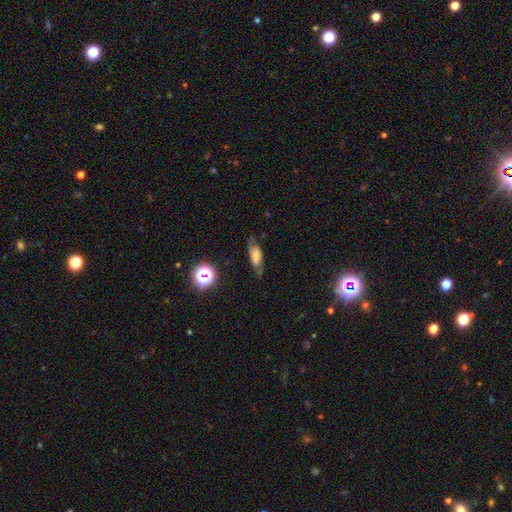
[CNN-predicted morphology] smooth_or_featured: smooth (p=0.52) [alt: featured or disk p=0.36]
how_rounded: in between (p=0.66) [alt: cigar-shaped p=0.28]
merging: none (p=0.67) [alt: minor disturbance p=0.22]